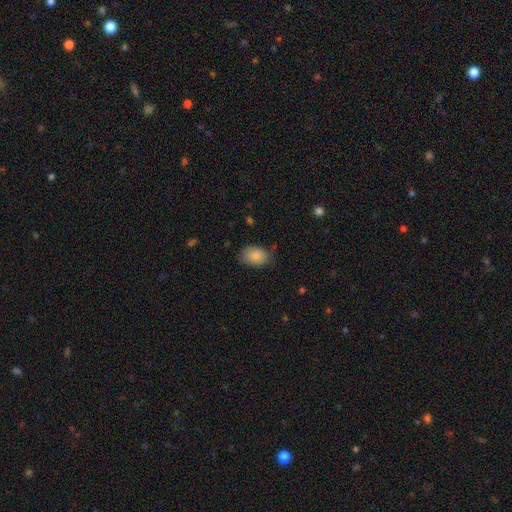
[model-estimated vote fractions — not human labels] smooth 85%, star or artifact 7%, featured or disk 7%. Down the decision tree: how rounded — in between (79%); merging — none (75%).